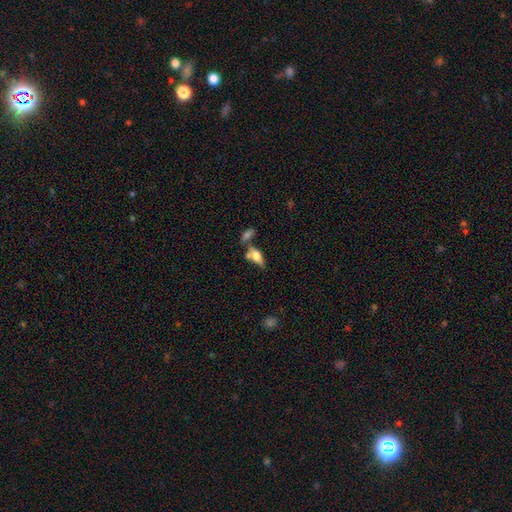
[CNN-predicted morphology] A smooth galaxy with no disk features (56%) that is in between round and cigar-shaped (73%).

Vote fractions:
- Smooth or featured? smooth: 56% / featured or disk: 36% / star or artifact: 9%
- How rounded? in between: 73% / cigar-shaped: 23% / round: 5%
- Merging? none: 50% / merger: 28% / minor disturbance: 15% / major disturbance: 7%